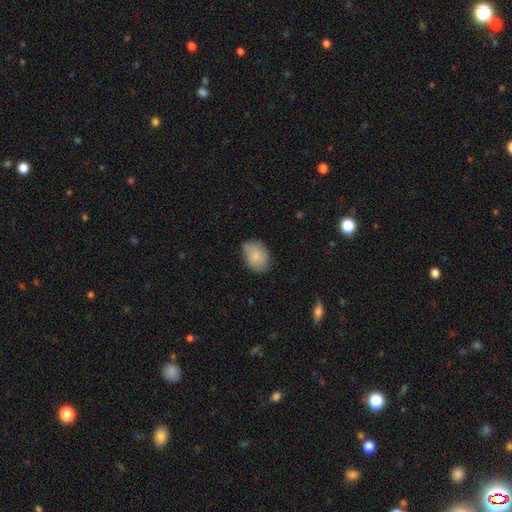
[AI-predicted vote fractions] smooth_or_featured: smooth (p=0.79) [alt: featured or disk p=0.14]
how_rounded: in between (p=0.73) [alt: round p=0.26]
merging: none (p=0.63) [alt: minor disturbance p=0.30]